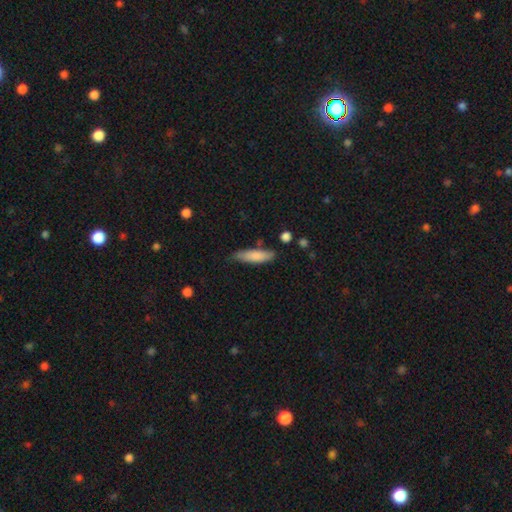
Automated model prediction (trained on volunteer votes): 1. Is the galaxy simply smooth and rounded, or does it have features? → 81% smooth, 13% featured or disk, 6% star or artifact.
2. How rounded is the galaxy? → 61% cigar-shaped, 37% in between, 2% round.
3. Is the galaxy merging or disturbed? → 68% none, 24% minor disturbance, 4% major disturbance, 4% merger.